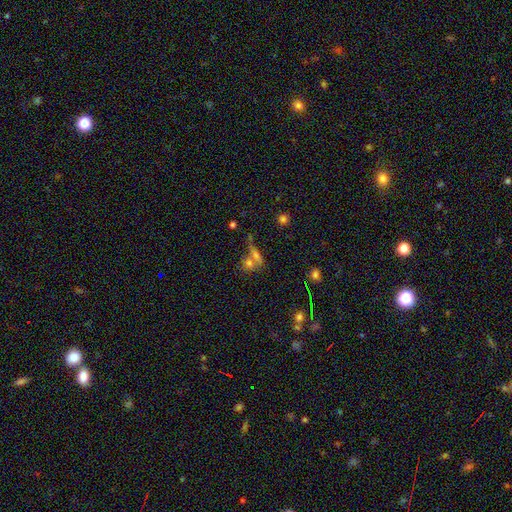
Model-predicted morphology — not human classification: smooth 54%, featured or disk 26%, star or artifact 19%. Down the decision tree: how rounded — in between (43%); merging — merger (45%).